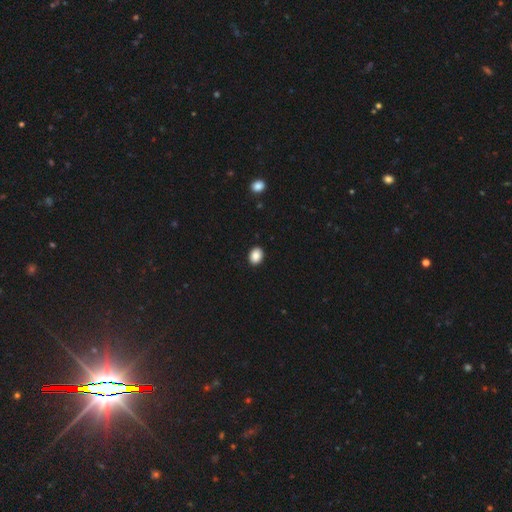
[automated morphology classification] smooth_or_featured: smooth (p=0.87) [alt: star or artifact p=0.09]
how_rounded: in between (p=0.62) [alt: round p=0.37]
merging: none (p=0.91) [alt: minor disturbance p=0.06]